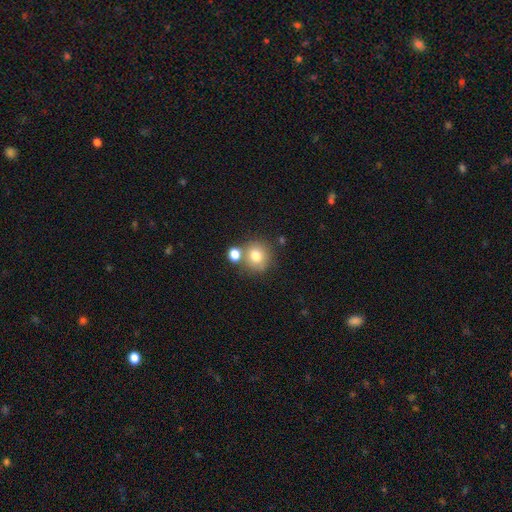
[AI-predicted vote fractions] Smooth or featured? smooth (77%)
How rounded? round (87%)
Merging? none (63%)